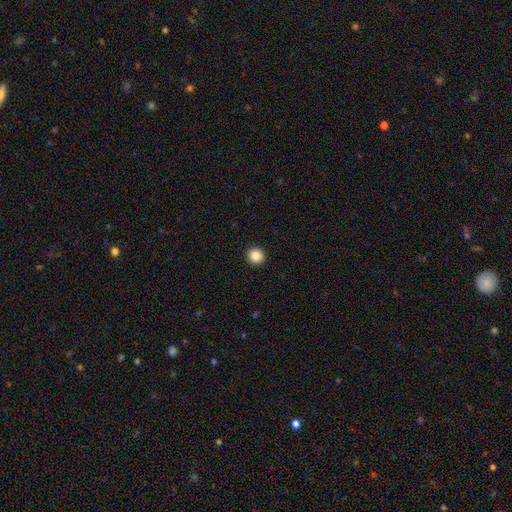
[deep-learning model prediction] smooth-or-featured: smooth: 87% | star or artifact: 10% | featured or disk: 3%
  how-rounded: round: 94% | in between: 5% | cigar-shaped: 1%
  merging: none: 94% | minor disturbance: 4% | major disturbance: 1% | merger: 1%